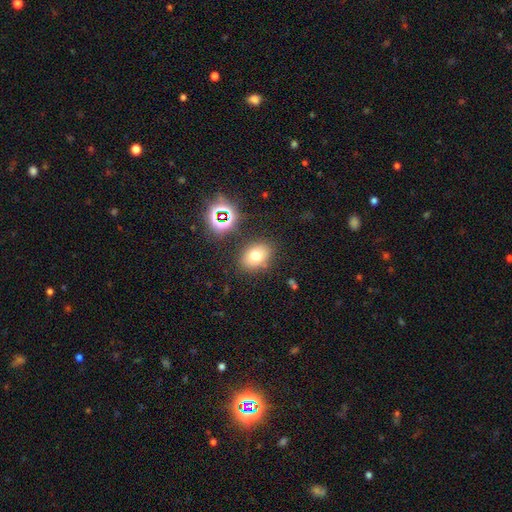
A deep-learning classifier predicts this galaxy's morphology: smooth-or-featured: smooth: 70% | star or artifact: 17% | featured or disk: 13%
  how-rounded: in between: 63% | round: 35% | cigar-shaped: 1%
  merging: none: 81% | minor disturbance: 11% | merger: 4% | major disturbance: 4%